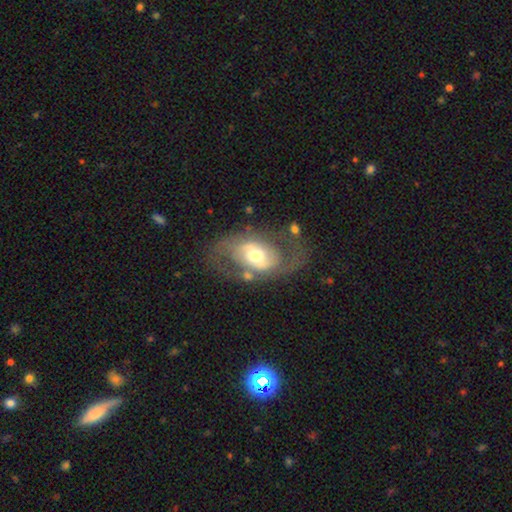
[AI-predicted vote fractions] Smooth or featured? featured or disk (70%)
Edge-on disk? no (94%)
Bar? no (49%)
Spiral arms? yes (63%)
Bulge size? moderate (67%)
Merging? none (60%)